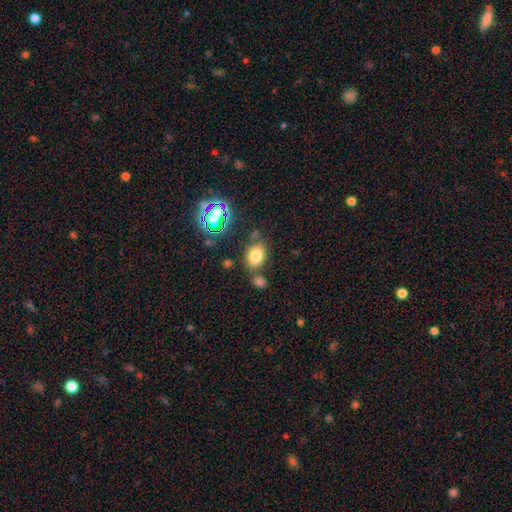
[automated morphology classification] A smooth galaxy with no disk features (76%) that is in between round and cigar-shaped (73%). Merging: none (67%).